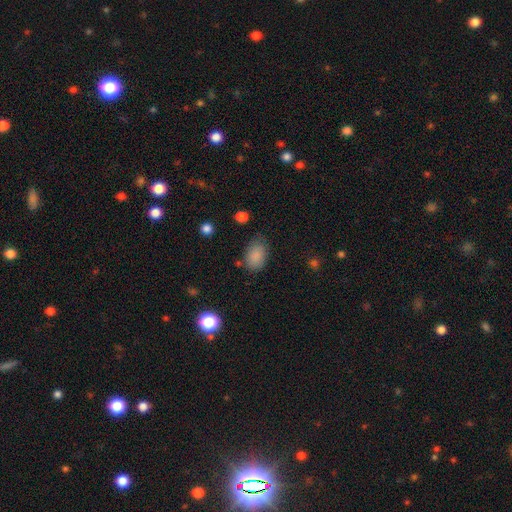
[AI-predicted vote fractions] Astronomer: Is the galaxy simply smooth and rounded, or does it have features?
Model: smooth — 85%.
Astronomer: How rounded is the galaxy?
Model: in between — 87%.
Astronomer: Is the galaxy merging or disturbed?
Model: none — 70%.